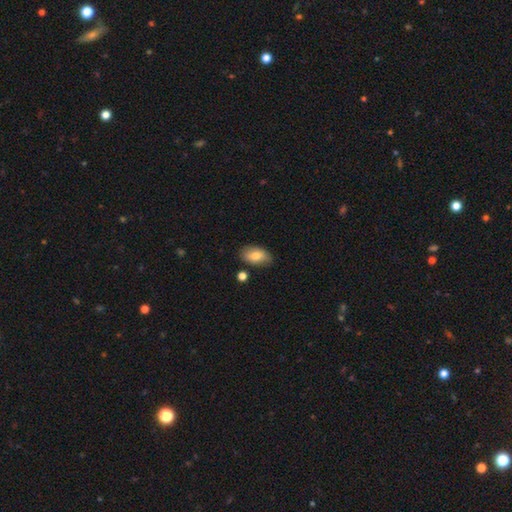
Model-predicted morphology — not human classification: Smooth or featured: smooth — 80% (featured or disk — 13%)
How rounded: in between — 93% (round — 5%)
Merging: none — 79% (minor disturbance — 15%)